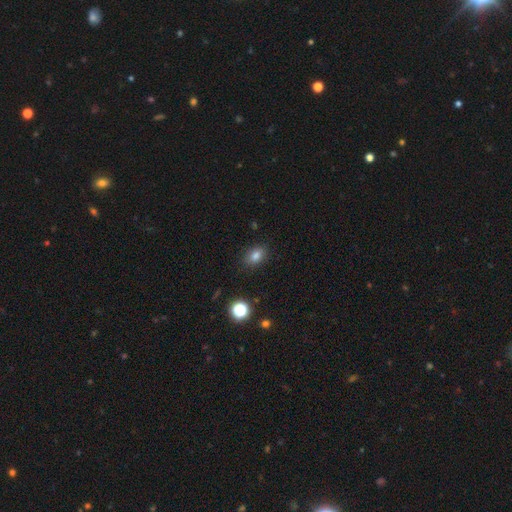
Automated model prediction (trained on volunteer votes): A smooth galaxy with no disk features (81%) that is in between round and cigar-shaped (77%). Merging: none (85%).